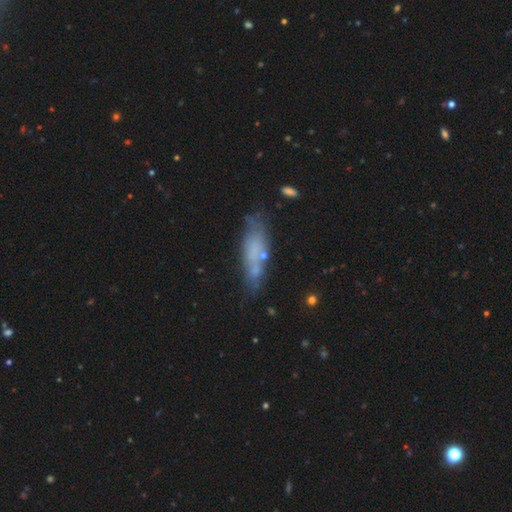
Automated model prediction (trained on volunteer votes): Q: Smooth or featured?
A: smooth (51%); runner-up: featured or disk (37%)
Q: How rounded?
A: cigar-shaped (62%); runner-up: in between (35%)
Q: Merging?
A: none (58%); runner-up: minor disturbance (22%)